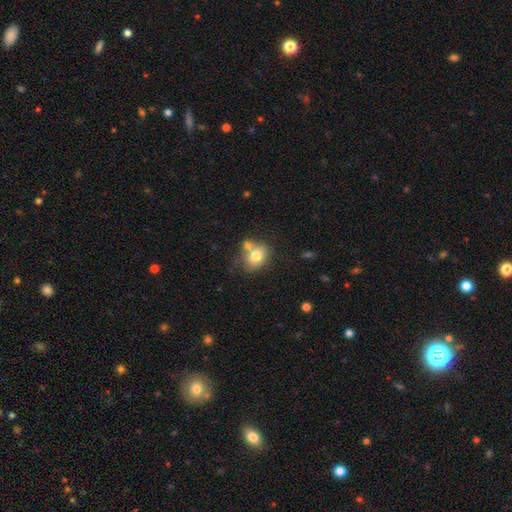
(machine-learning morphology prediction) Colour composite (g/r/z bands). It shows a smooth galaxy with no disk features (77%) that is in between round and cigar-shaped (51%). Merging: none (52%).